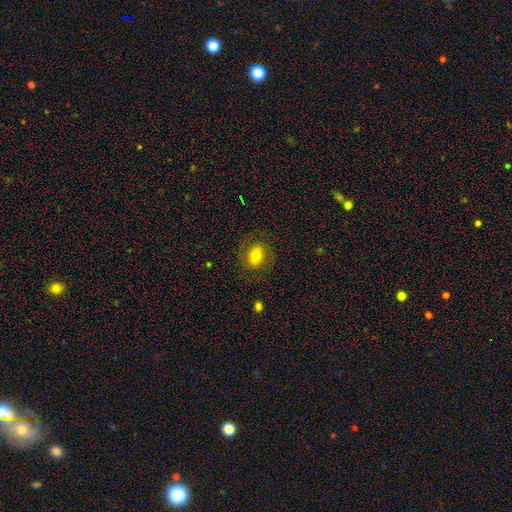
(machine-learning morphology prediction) type=smooth (63%); roundness=in between (69%); merging=none (77%).